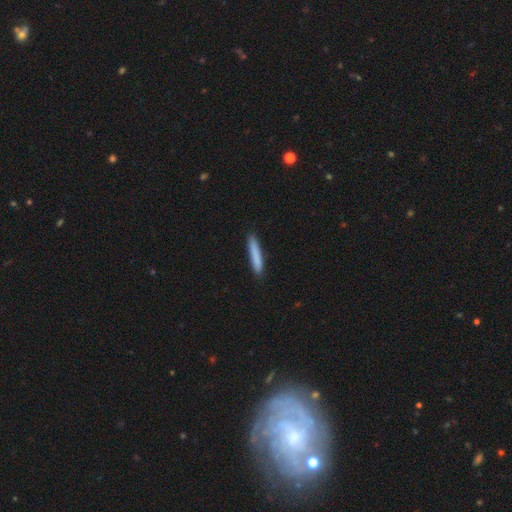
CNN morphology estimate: Smooth or featured? smooth (83%)
How rounded? cigar-shaped (94%)
Merging? none (89%)